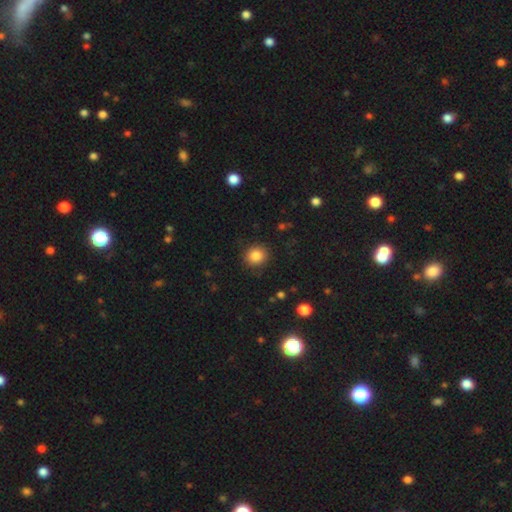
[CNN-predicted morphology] This appears to be a smooth galaxy with no disk features (84%) that is round (82%). Merging: none (88%).